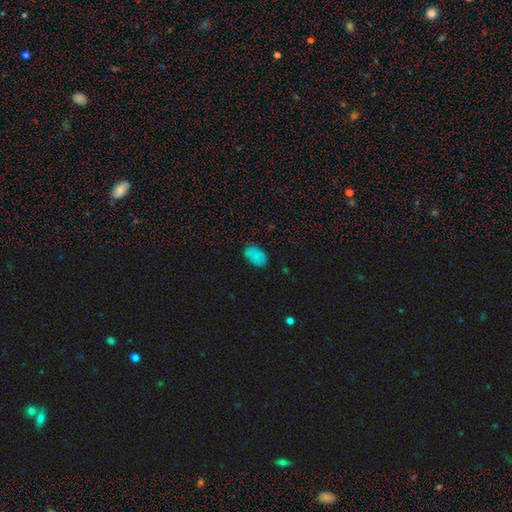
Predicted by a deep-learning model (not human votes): Overall: smooth (81%). How rounded: in between (92%). Merging: none (78%).